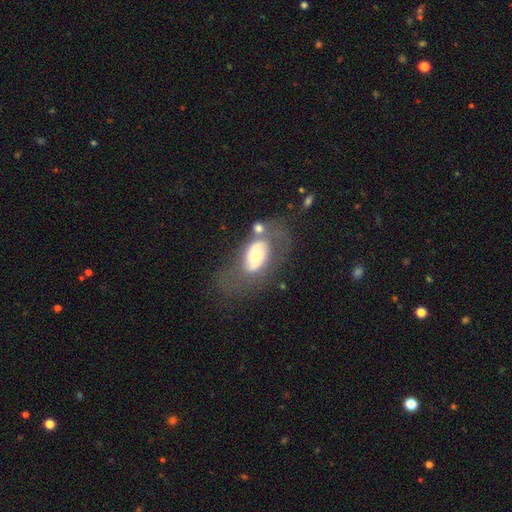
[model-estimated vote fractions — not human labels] A featured or disk galaxy (54%).

Vote fractions:
- Smooth or featured? featured or disk: 54% / smooth: 38% / star or artifact: 8%
- Edge-on disk? no: 91% / yes: 9%
- Merging? none: 46% / major disturbance: 22% / minor disturbance: 18% / merger: 14%